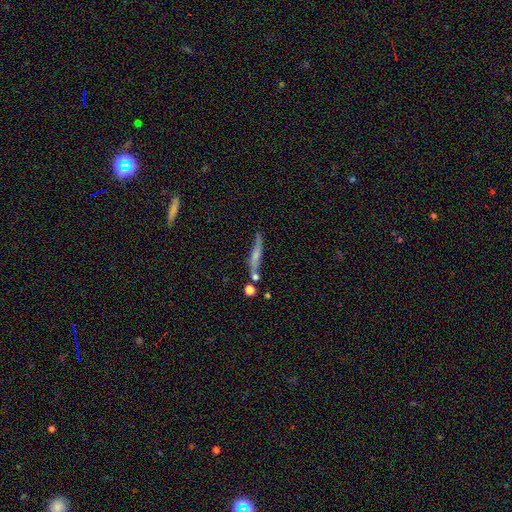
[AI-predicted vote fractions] A featured or disk galaxy (48%).

Vote fractions:
- Smooth or featured? featured or disk: 48% / smooth: 43% / star or artifact: 8%
- Merging? none: 63% / minor disturbance: 18% / merger: 13% / major disturbance: 6%